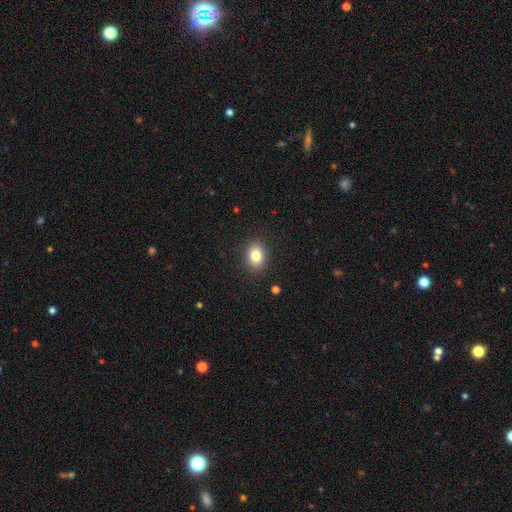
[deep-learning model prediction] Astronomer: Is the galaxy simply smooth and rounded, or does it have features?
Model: smooth — 82%.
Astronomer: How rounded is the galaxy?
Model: in between — 63%.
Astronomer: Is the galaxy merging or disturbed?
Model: none — 89%.